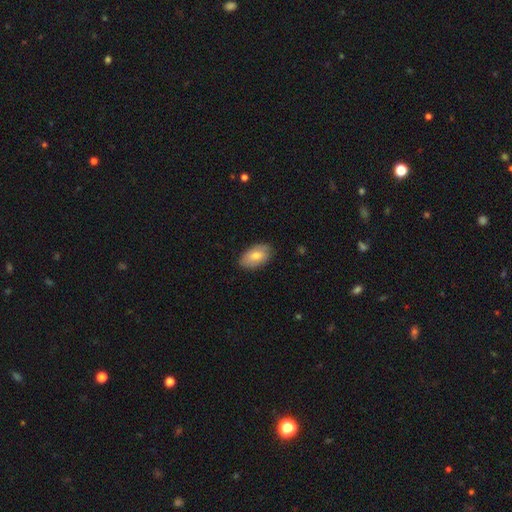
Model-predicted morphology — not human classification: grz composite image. It shows a smooth galaxy with no disk features (76%) that is in between round and cigar-shaped (93%). Merging: none (84%).